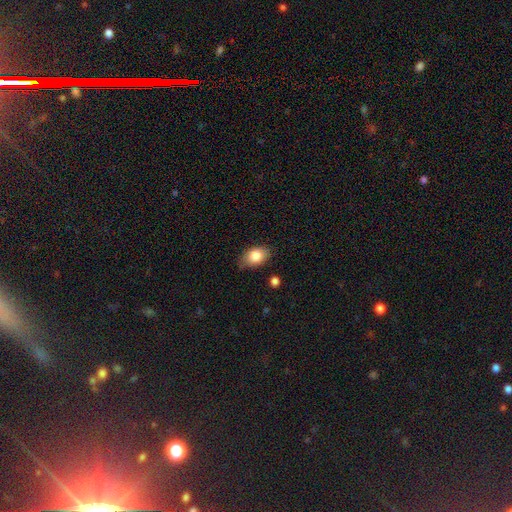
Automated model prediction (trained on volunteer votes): A smooth galaxy with no disk features (83%) that is in between round and cigar-shaped (83%). Merging: none (75%).